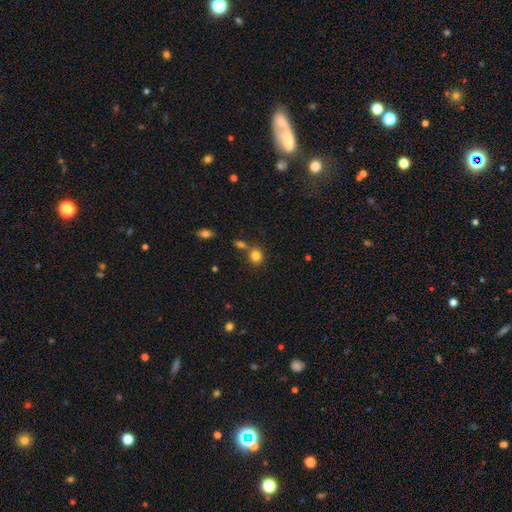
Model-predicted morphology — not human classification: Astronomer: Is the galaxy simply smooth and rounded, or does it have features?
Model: smooth — 82%.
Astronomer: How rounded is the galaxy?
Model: round — 80%.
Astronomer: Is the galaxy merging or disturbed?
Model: none — 64%.